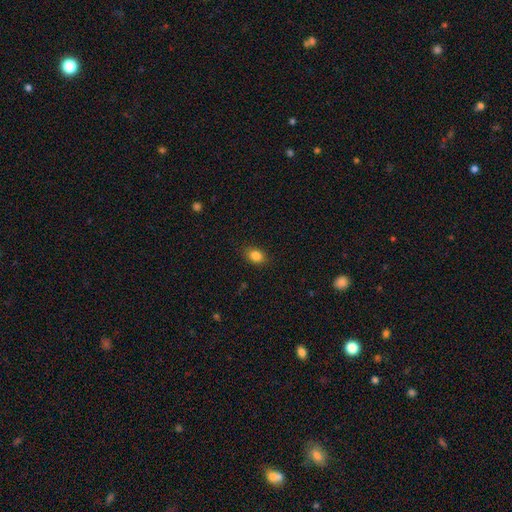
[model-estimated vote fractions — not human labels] Smooth or featured?
  - smooth: 85% *
  - star or artifact: 10%
  - featured or disk: 5%
How rounded?
  - in between: 65% *
  - round: 34%
  - cigar-shaped: 1%
Merging?
  - none: 86% *
  - minor disturbance: 11%
  - major disturbance: 3%
  - merger: 1%